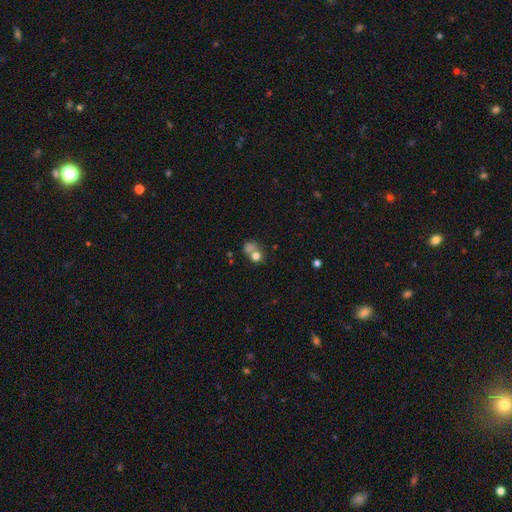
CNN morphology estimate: Smooth or featured?
  - smooth: 73% *
  - featured or disk: 14%
  - star or artifact: 14%
How rounded?
  - round: 74% *
  - in between: 25%
  - cigar-shaped: 1%
Merging?
  - merger: 49% *
  - none: 34%
  - minor disturbance: 9%
  - major disturbance: 8%